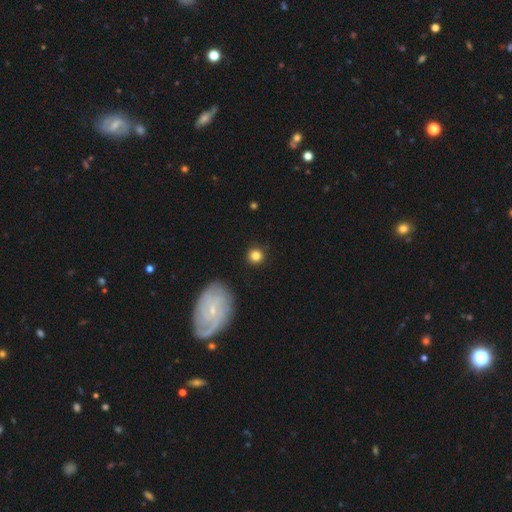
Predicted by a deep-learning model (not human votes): smooth_or_featured: smooth (p=0.81) [alt: star or artifact p=0.10]
how_rounded: round (p=0.91) [alt: in between p=0.07]
merging: none (p=0.89) [alt: minor disturbance p=0.07]